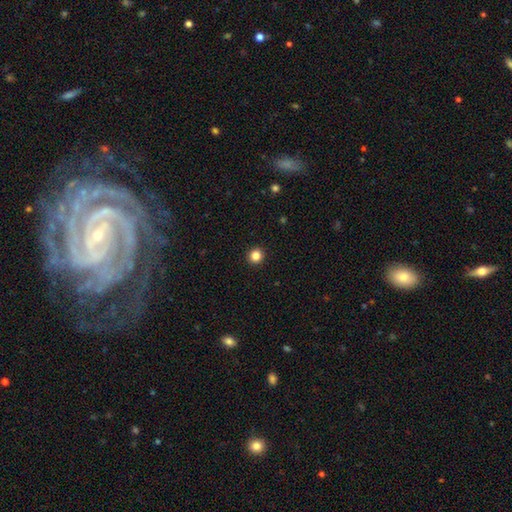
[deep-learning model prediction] Smooth or featured? Predicted: smooth (p=0.84). How rounded? Predicted: round (p=0.94). Merging? Predicted: none (p=0.94).